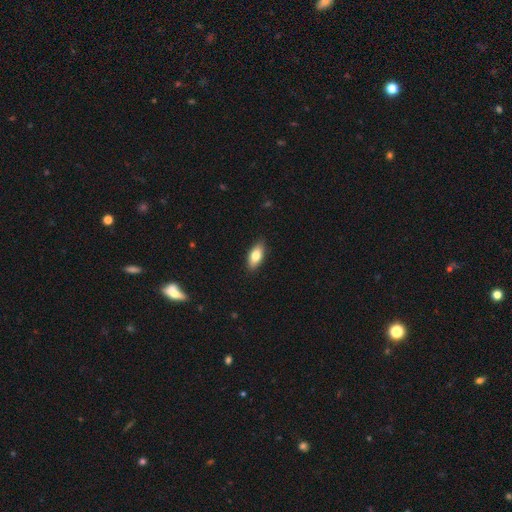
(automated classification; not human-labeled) A smooth galaxy with no disk features (78%) that is in between round and cigar-shaped (86%). Merging: none (88%).